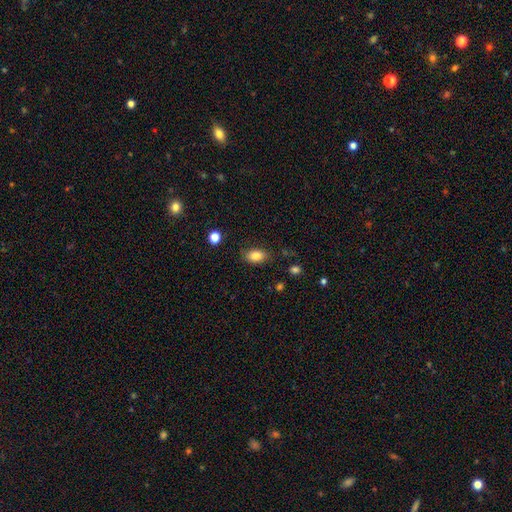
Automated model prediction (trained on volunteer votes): Morphology: type=smooth (84%); roundness=in between (86%); merging=none (81%).